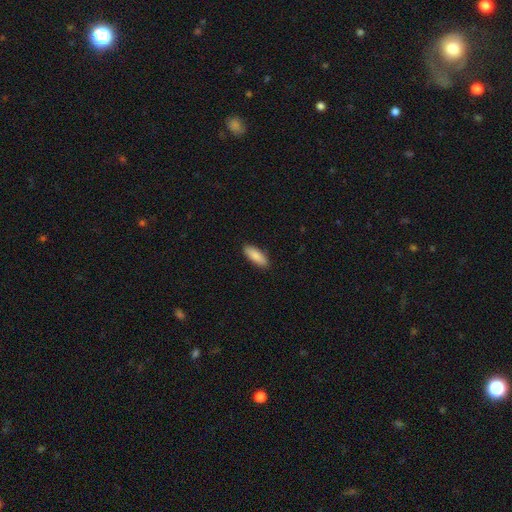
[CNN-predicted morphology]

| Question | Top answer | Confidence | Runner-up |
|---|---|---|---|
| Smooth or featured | smooth | 86% | featured or disk (9%) |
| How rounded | in between | 73% | cigar-shaped (26%) |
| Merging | none | 90% | minor disturbance (8%) |